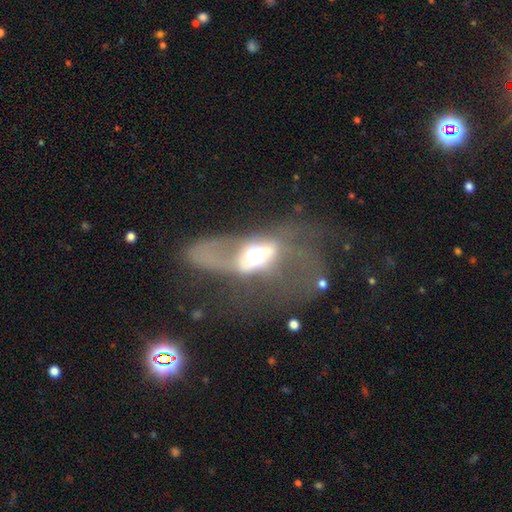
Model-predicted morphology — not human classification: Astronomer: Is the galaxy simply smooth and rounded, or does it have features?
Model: featured or disk — 53% (runner-up: smooth, 33%).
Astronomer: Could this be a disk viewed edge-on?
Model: no — 80%.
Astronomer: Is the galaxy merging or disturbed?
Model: major disturbance — 59%.